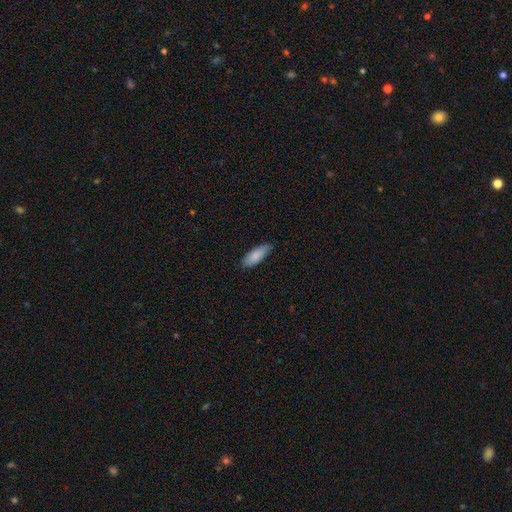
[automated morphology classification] Smooth or featured: smooth — 84% (featured or disk — 10%)
How rounded: in between — 70% (cigar-shaped — 28%)
Merging: none — 76% (minor disturbance — 20%)